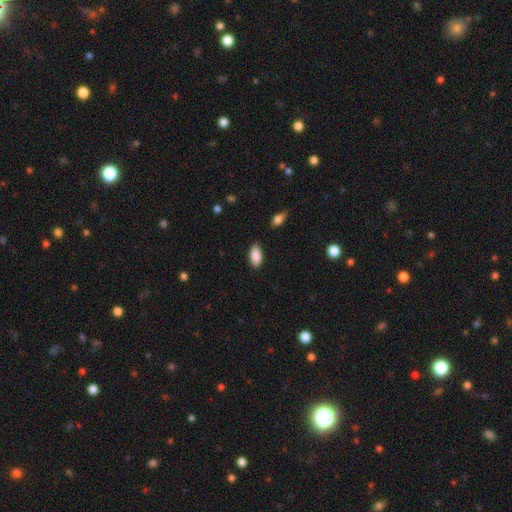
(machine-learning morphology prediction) Smooth or featured?
  - smooth: 89% *
  - star or artifact: 7%
  - featured or disk: 5%
How rounded?
  - in between: 92% *
  - cigar-shaped: 5%
  - round: 3%
Merging?
  - none: 85% *
  - minor disturbance: 12%
  - major disturbance: 2%
  - merger: 1%